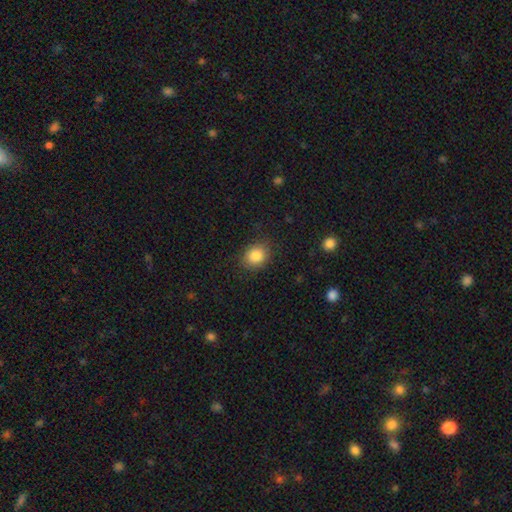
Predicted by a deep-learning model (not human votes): Smooth or featured: smooth — 85% (star or artifact — 9%)
How rounded: round — 59% (in between — 40%)
Merging: none — 85% (minor disturbance — 11%)